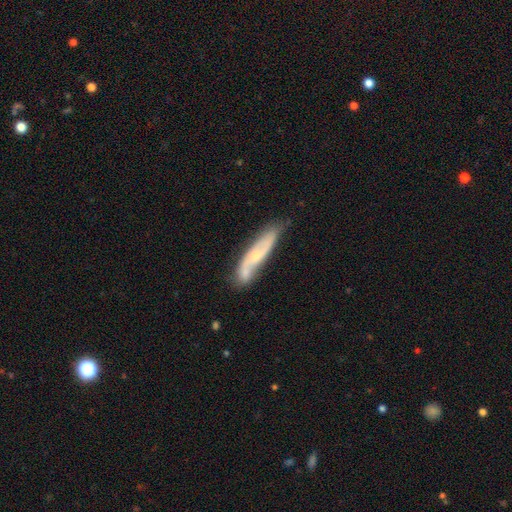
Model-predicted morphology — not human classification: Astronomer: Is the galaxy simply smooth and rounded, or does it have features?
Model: featured or disk — 64%.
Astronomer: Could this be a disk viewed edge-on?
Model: no — 68%.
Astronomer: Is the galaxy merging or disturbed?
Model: none — 65%.